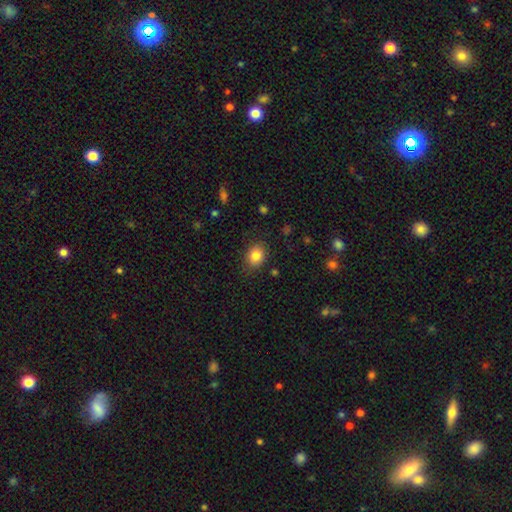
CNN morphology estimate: Smooth or featured: smooth — 83% (star or artifact — 10%)
How rounded: in between — 51% (round — 48%)
Merging: none — 84% (minor disturbance — 11%)